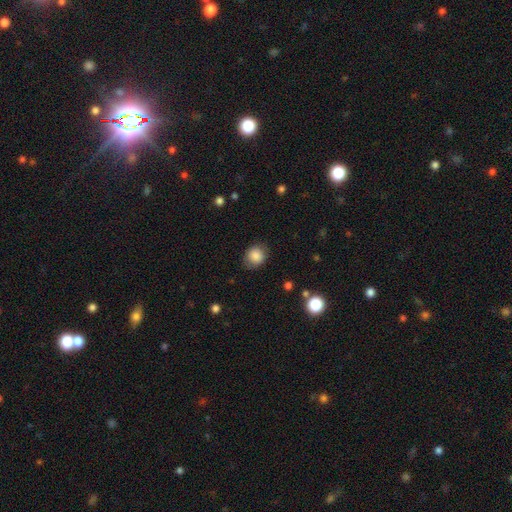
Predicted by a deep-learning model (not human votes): This is clearly a smooth galaxy (85%). How rounded: likely round (75%). Merging: clearly none (81%).